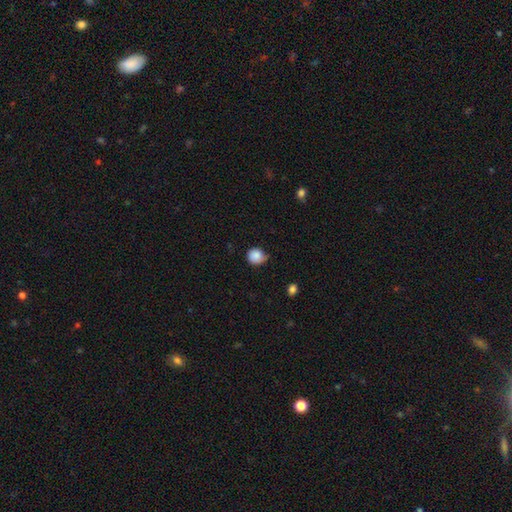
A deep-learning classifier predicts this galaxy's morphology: smooth 86%, star or artifact 9%, featured or disk 5%. Down the decision tree: how rounded — round (83%); merging — none (62%).